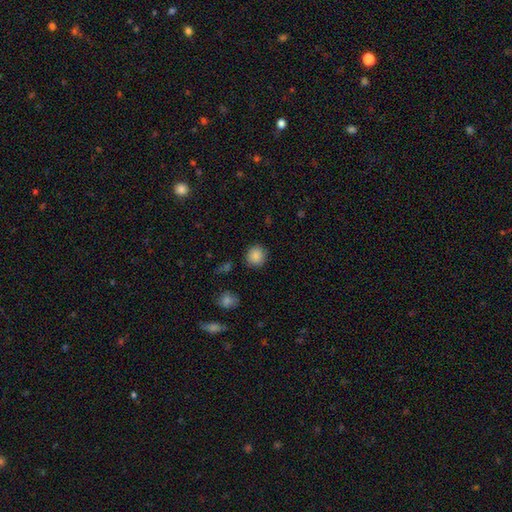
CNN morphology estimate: Smooth or featured? Predicted: smooth (p=0.87). How rounded? Predicted: round (p=0.88). Merging? Predicted: none (p=0.88).